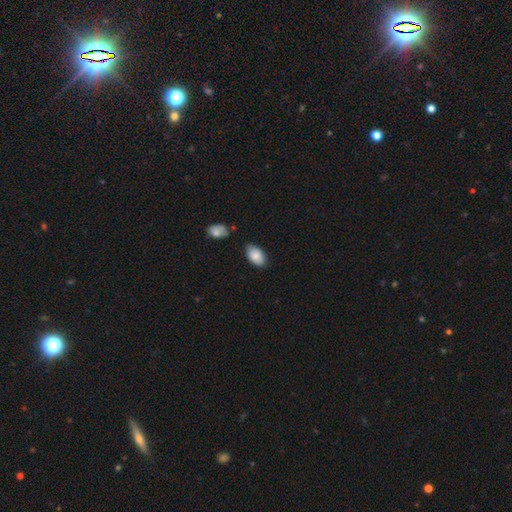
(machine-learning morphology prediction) A smooth galaxy with no disk features (85%) that is in between round and cigar-shaped (94%).

Vote fractions:
- Smooth or featured? smooth: 85% / featured or disk: 8% / star or artifact: 7%
- How rounded? in between: 94% / round: 5% / cigar-shaped: 1%
- Merging? none: 75% / minor disturbance: 17% / merger: 5% / major disturbance: 3%